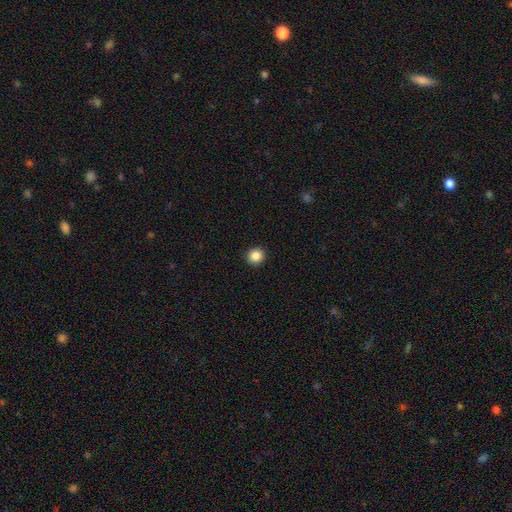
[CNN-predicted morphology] Smooth or featured? Predicted: smooth (p=0.86). How rounded? Predicted: round (p=0.93). Merging? Predicted: none (p=0.93).